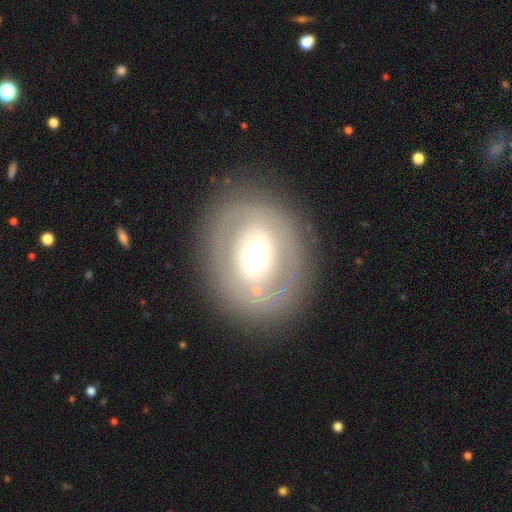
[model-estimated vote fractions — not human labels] A smooth galaxy with no disk features (46%).

Vote fractions:
- Smooth or featured? smooth: 46% / featured or disk: 43% / star or artifact: 11%
- Merging? none: 81% / minor disturbance: 10% / major disturbance: 7% / merger: 2%